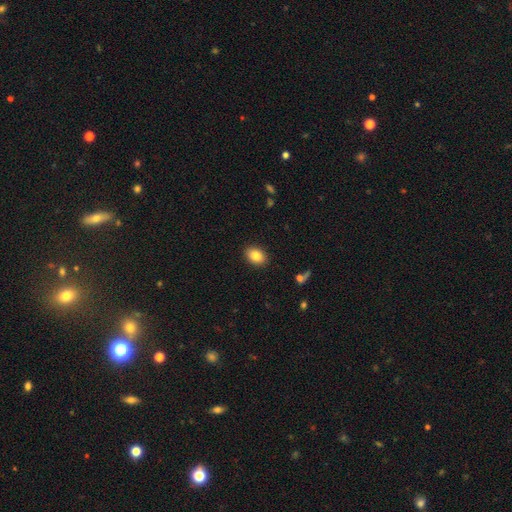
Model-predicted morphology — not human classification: The model was most divided on "how rounded": in between: 77%, round: 22%, cigar-shaped: 1%. More confident: merging — none (90%); smooth or featured — smooth (85%).